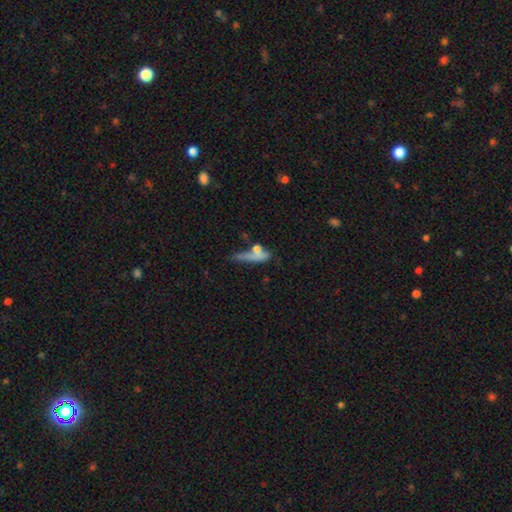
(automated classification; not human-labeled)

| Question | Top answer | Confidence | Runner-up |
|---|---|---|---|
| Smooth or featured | smooth | 60% | featured or disk (29%) |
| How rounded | cigar-shaped | 62% | in between (28%) |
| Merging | none | 36% | merger (24%) |